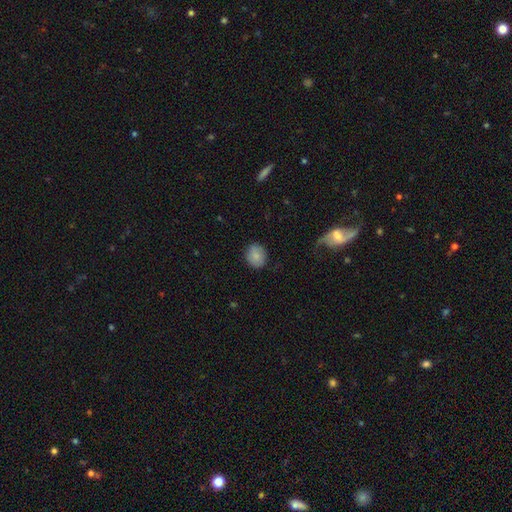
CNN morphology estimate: The model was most divided on "how rounded": round: 65%, in between: 34%, cigar-shaped: 1%. More confident: smooth or featured — smooth (85%); merging — none (84%).